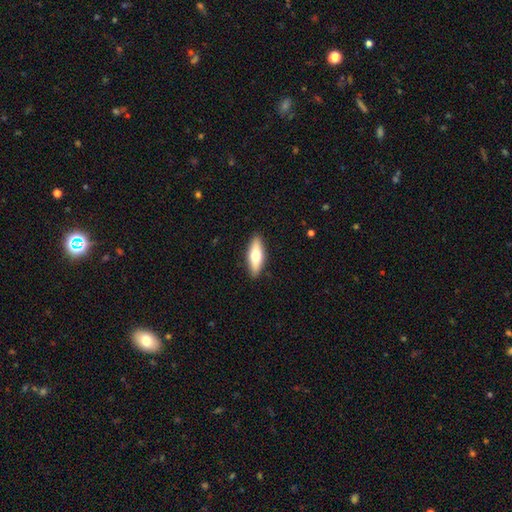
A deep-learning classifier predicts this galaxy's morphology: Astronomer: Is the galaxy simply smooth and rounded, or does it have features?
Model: smooth — 61%.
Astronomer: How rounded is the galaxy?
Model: in between — 57% (runner-up: cigar-shaped, 40%).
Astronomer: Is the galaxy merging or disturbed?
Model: none — 90%.